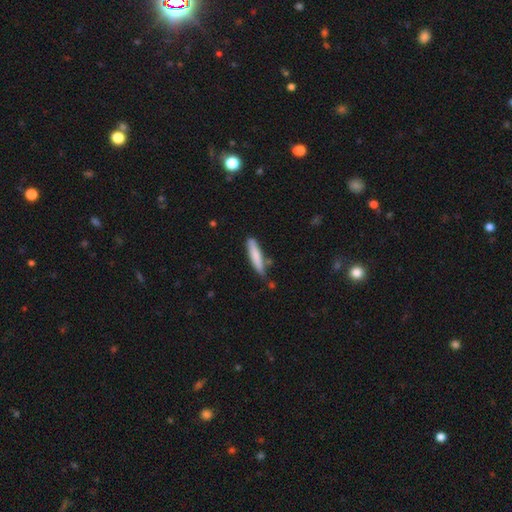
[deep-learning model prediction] Q: Smooth or featured?
A: smooth (78%); runner-up: featured or disk (16%)
Q: How rounded?
A: cigar-shaped (87%); runner-up: in between (12%)
Q: Merging?
A: none (74%); runner-up: minor disturbance (18%)